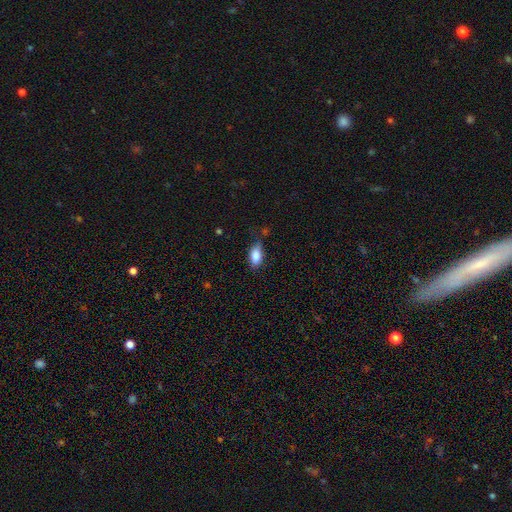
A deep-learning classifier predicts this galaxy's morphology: Q: Smooth or featured?
A: smooth (86%); runner-up: star or artifact (7%)
Q: How rounded?
A: in between (90%); runner-up: cigar-shaped (6%)
Q: Merging?
A: none (68%); runner-up: minor disturbance (23%)